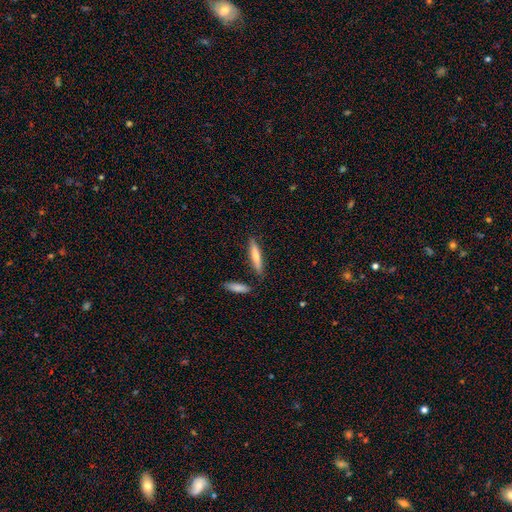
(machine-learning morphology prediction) A smooth galaxy with no disk features (56%) that is cigar-shaped (85%).

Vote fractions:
- Smooth or featured? smooth: 56% / featured or disk: 38% / star or artifact: 6%
- How rounded? cigar-shaped: 85% / in between: 14% / round: 2%
- Merging? none: 84% / minor disturbance: 9% / merger: 5% / major disturbance: 2%